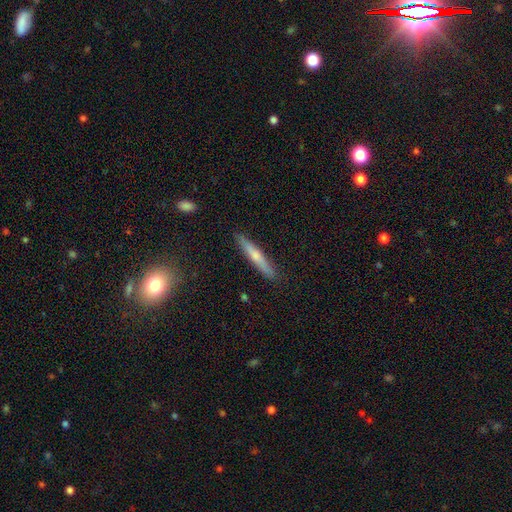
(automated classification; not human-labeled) This appears to be a smooth galaxy with no disk features (50%) that is cigar-shaped (94%). Merging: none (89%).